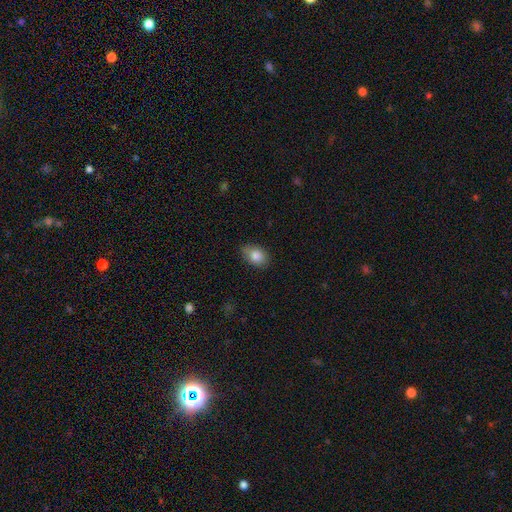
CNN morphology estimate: Smooth or featured: smooth — 85% (star or artifact — 8%)
How rounded: in between — 80% (round — 19%)
Merging: none — 80% (minor disturbance — 16%)